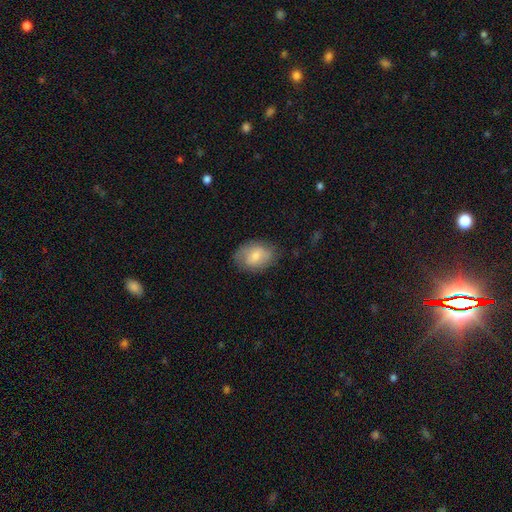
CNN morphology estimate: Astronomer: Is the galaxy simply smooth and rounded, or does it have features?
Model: smooth — 69%.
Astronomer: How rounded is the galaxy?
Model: in between — 75%.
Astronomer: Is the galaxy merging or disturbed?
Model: none — 73%.